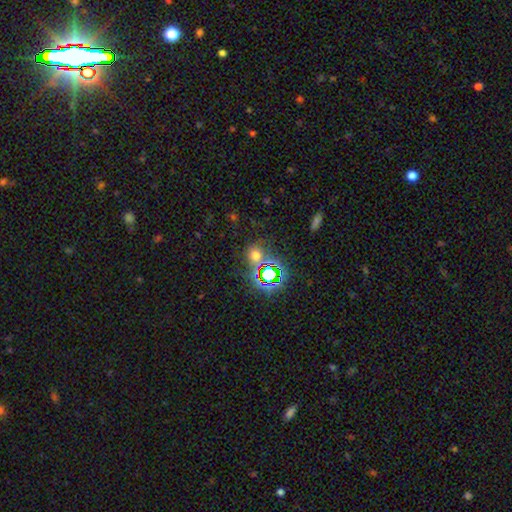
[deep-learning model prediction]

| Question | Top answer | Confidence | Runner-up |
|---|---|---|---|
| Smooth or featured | smooth | 50% | star or artifact (42%) |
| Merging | none | 71% | merger (12%) |